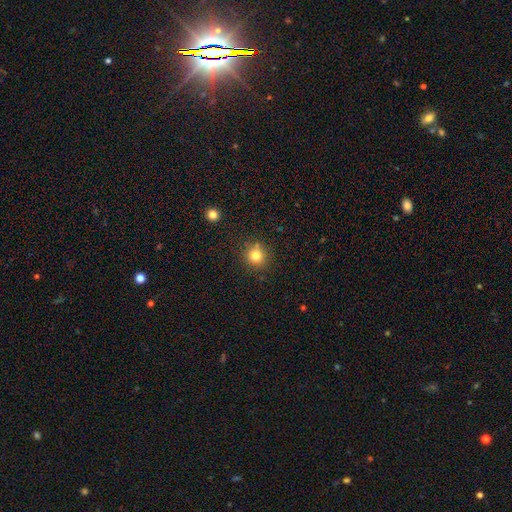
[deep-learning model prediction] smooth-or-featured: smooth: 79% | star or artifact: 13% | featured or disk: 7%
  how-rounded: round: 91% | in between: 9% | cigar-shaped: 1%
  merging: none: 83% | minor disturbance: 10% | merger: 4% | major disturbance: 3%